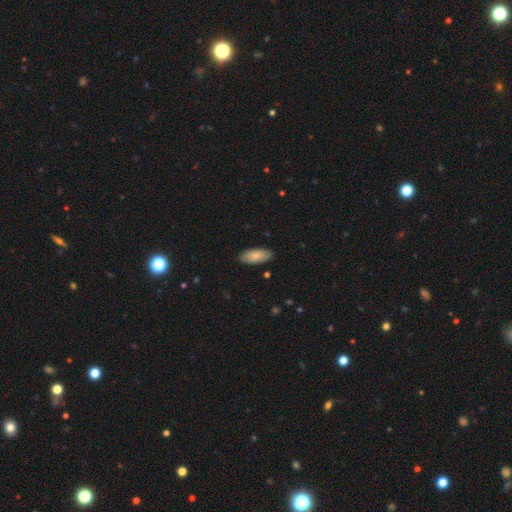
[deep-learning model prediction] Overall: smooth (84%). How rounded: in between (86%). Merging: none (88%).